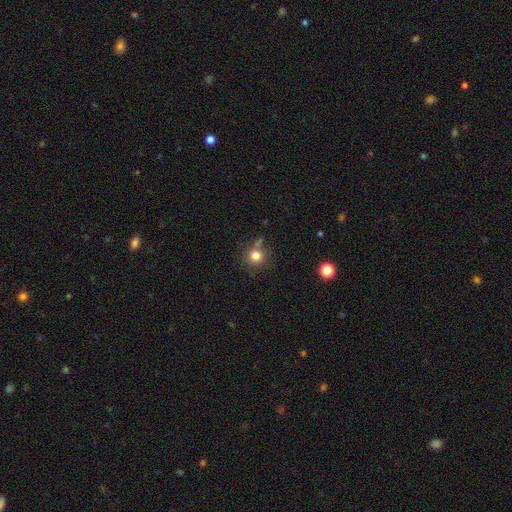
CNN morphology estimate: Smooth or featured? Predicted: smooth (p=0.80). How rounded? Predicted: round (p=0.91). Merging? Predicted: none (p=0.72).